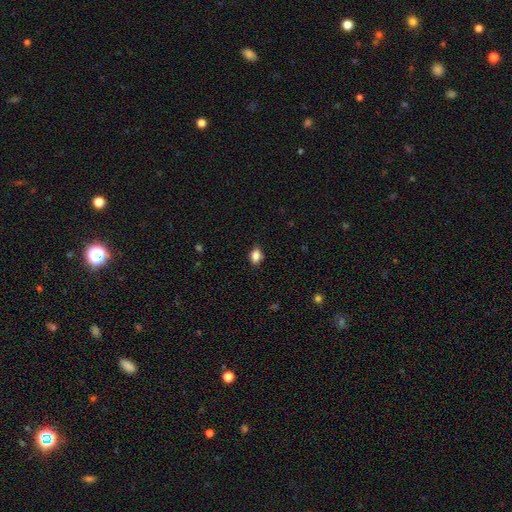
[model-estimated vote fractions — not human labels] This is clearly a smooth galaxy (86%). How rounded: likely in between (74%). Merging: clearly none (85%).